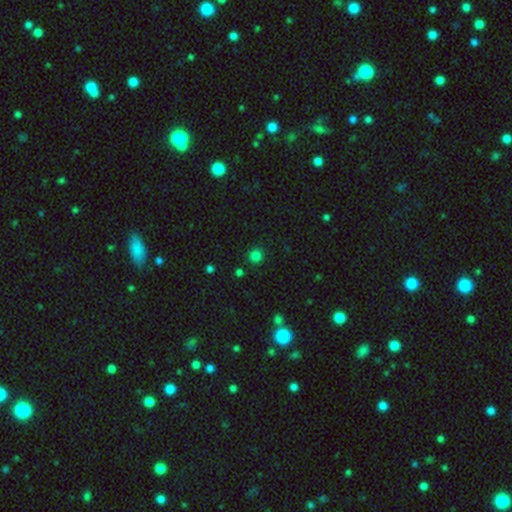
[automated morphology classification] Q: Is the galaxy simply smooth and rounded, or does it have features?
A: smooth — 80%.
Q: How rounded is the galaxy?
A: round — 92%.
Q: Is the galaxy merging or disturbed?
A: none — 89%.